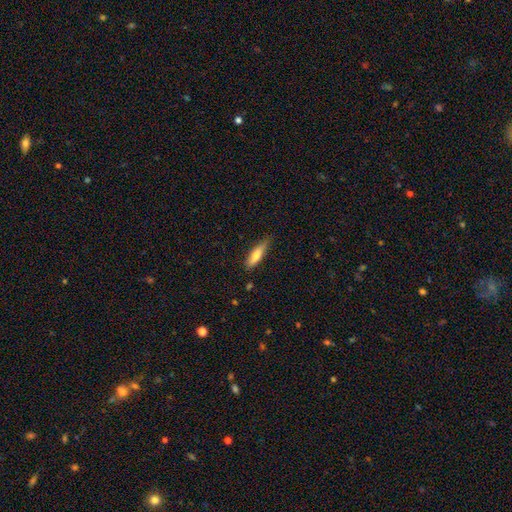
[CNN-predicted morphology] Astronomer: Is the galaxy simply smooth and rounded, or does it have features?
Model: smooth — 70%.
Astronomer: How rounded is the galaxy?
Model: cigar-shaped — 65%.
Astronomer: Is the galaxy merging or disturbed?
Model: none — 75%.